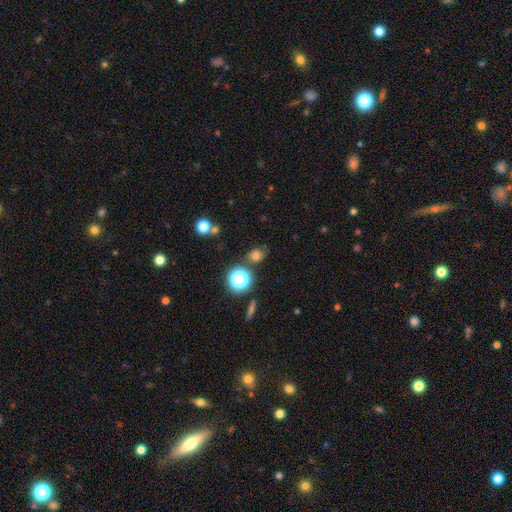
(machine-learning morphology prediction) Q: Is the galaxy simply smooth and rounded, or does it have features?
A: smooth — 70%.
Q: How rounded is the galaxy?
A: round — 66%.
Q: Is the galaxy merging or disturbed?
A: none — 71%.